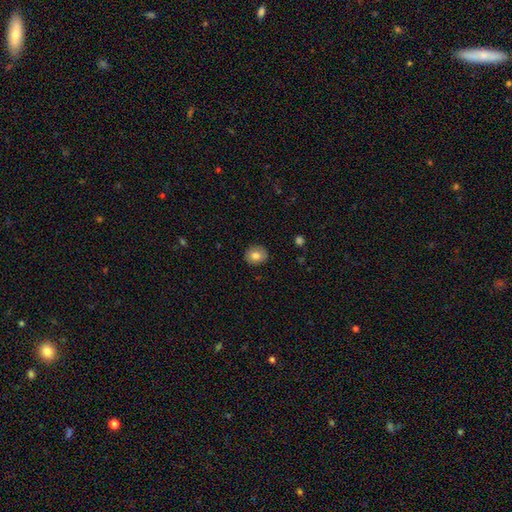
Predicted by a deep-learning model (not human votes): Morphology: type=smooth (79%); roundness=round (73%); merging=none (87%).